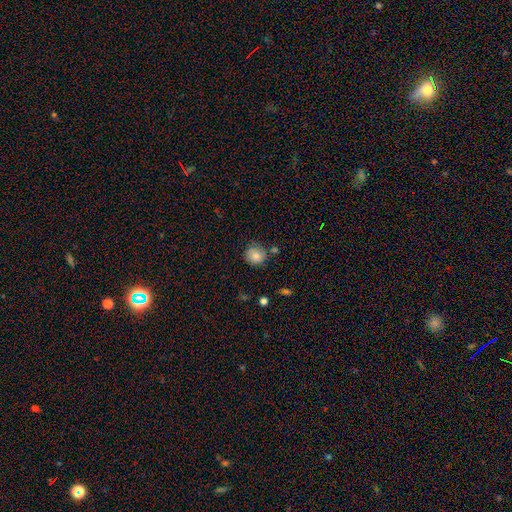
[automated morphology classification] A smooth galaxy with no disk features (83%) that is round (86%).

Vote fractions:
- Smooth or featured? smooth: 83% / star or artifact: 9% / featured or disk: 8%
- How rounded? round: 86% / in between: 13% / cigar-shaped: 1%
- Merging? none: 73% / minor disturbance: 17% / merger: 6% / major disturbance: 4%